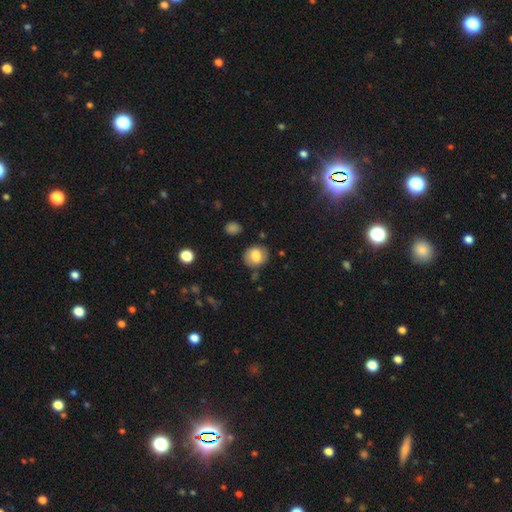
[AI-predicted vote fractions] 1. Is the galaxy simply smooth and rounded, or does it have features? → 70% smooth, 21% featured or disk, 9% star or artifact.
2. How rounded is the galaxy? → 72% round, 27% in between, 1% cigar-shaped.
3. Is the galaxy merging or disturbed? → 78% none, 15% minor disturbance, 4% major disturbance, 3% merger.